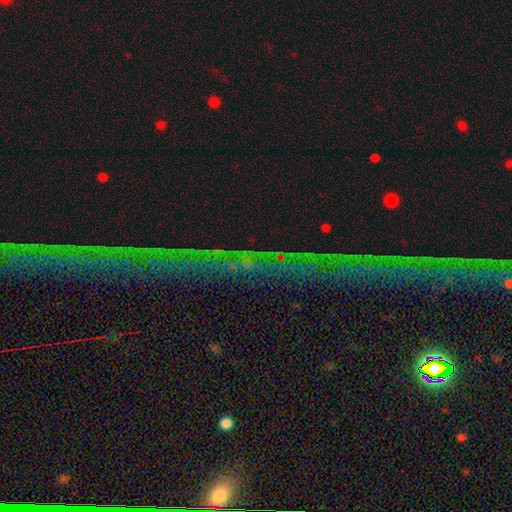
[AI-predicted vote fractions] This is likely a star or artifact rather than a galaxy (79%).